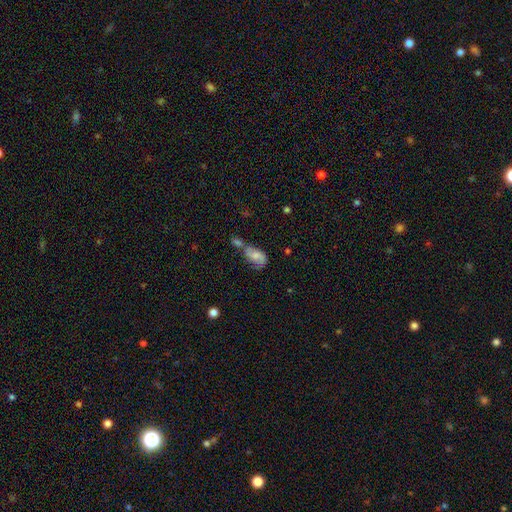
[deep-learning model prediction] Overall: featured or disk (46%; smooth 45%). Merging: merger (36%; none 29%).